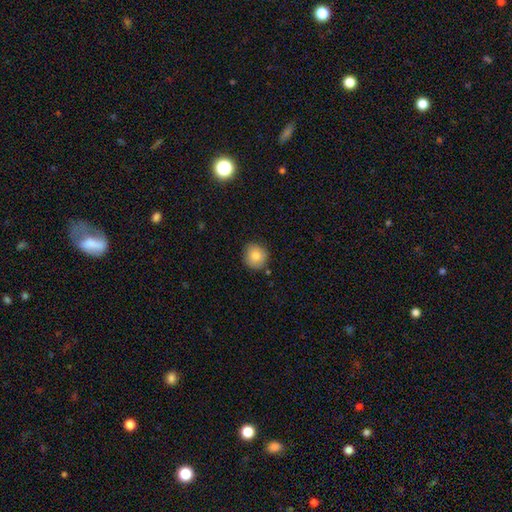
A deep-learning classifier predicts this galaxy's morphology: smooth_or_featured: smooth (p=0.80) [alt: featured or disk p=0.11]
how_rounded: round (p=0.91) [alt: in between p=0.08]
merging: none (p=0.86) [alt: minor disturbance p=0.10]